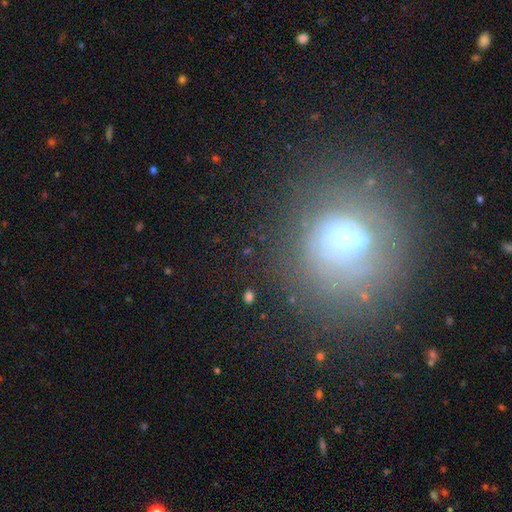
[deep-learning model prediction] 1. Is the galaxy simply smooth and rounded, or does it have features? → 49% smooth, 29% featured or disk, 22% star or artifact.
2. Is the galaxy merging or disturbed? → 73% none, 15% minor disturbance, 9% major disturbance, 3% merger.